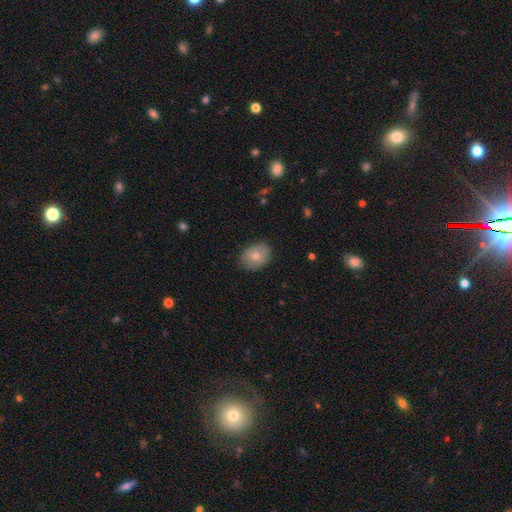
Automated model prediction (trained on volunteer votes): smooth_or_featured: smooth (p=0.72) [alt: featured or disk p=0.21]
how_rounded: in between (p=0.57) [alt: round p=0.43]
merging: none (p=0.83) [alt: minor disturbance p=0.14]